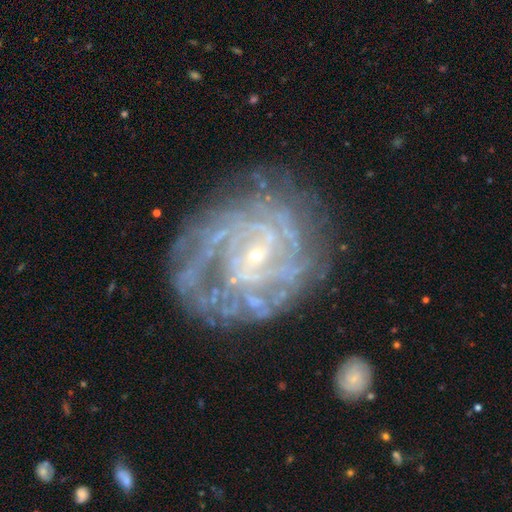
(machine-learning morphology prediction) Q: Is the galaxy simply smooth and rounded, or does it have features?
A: featured or disk — 87%.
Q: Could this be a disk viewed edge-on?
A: no — 97%.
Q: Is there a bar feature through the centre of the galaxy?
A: no — 53%.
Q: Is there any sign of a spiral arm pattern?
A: yes — 92%.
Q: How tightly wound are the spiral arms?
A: tight — 64%.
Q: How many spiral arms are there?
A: can't tell — 35%.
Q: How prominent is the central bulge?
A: small — 84%.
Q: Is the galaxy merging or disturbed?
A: none — 64%.